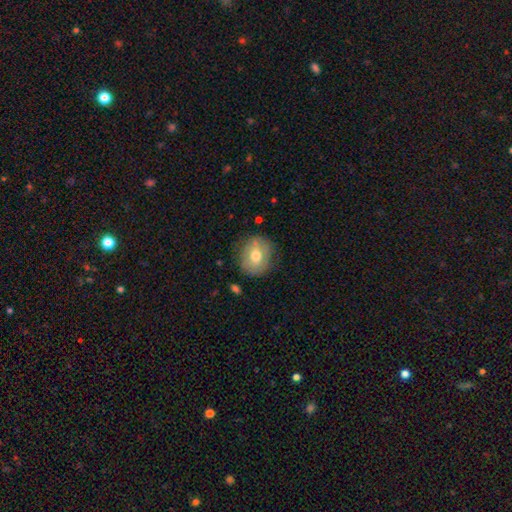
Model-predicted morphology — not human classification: Smooth or featured?
  - smooth: 66% *
  - featured or disk: 27%
  - star or artifact: 7%
How rounded?
  - round: 73% *
  - in between: 26%
  - cigar-shaped: 1%
Merging?
  - none: 79% *
  - minor disturbance: 15%
  - major disturbance: 4%
  - merger: 2%